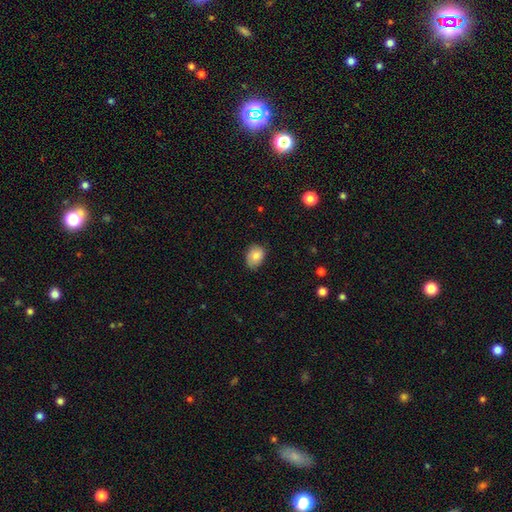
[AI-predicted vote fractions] smooth 82%, featured or disk 10%, star or artifact 8%. Down the decision tree: how rounded — in between (65%); merging — none (70%).